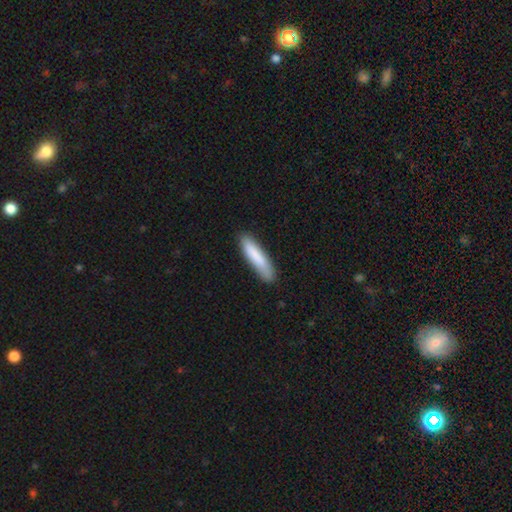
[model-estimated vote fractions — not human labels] This is clearly a smooth galaxy (84%). How rounded: clearly cigar-shaped (84%). Merging: clearly none (83%).